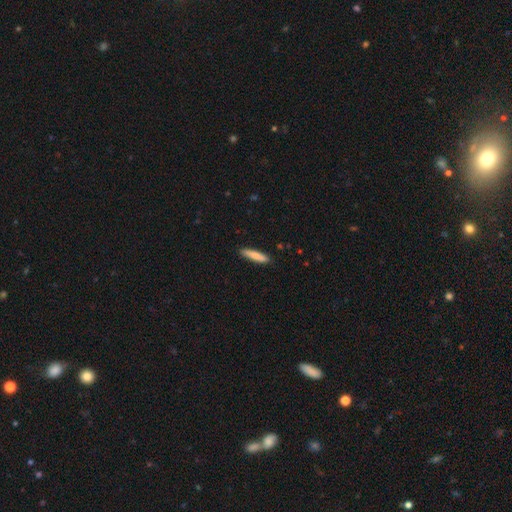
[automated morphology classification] A smooth galaxy with no disk features (84%) that is cigar-shaped (86%). Merging: none (88%).